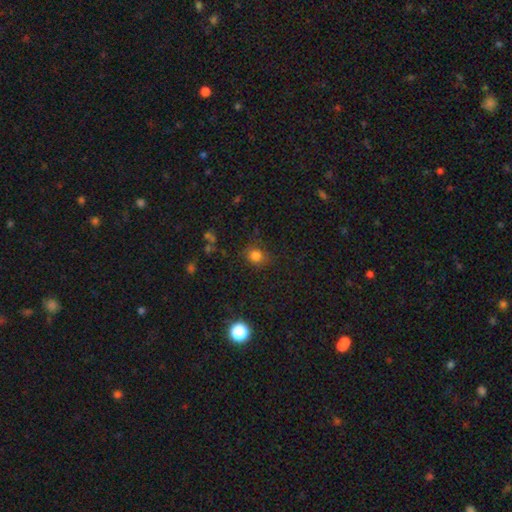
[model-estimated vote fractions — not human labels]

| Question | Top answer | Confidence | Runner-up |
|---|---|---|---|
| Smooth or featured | smooth | 77% | star or artifact (17%) |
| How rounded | round | 78% | in between (21%) |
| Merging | none | 77% | minor disturbance (15%) |